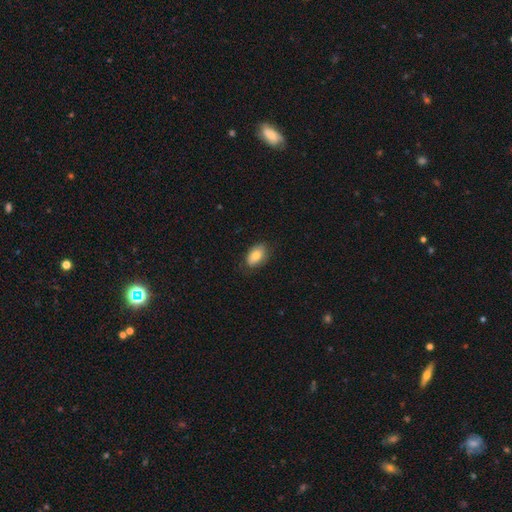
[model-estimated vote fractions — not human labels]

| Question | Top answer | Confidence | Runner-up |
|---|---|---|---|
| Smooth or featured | smooth | 78% | featured or disk (14%) |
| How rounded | in between | 91% | round (8%) |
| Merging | none | 77% | minor disturbance (18%) |